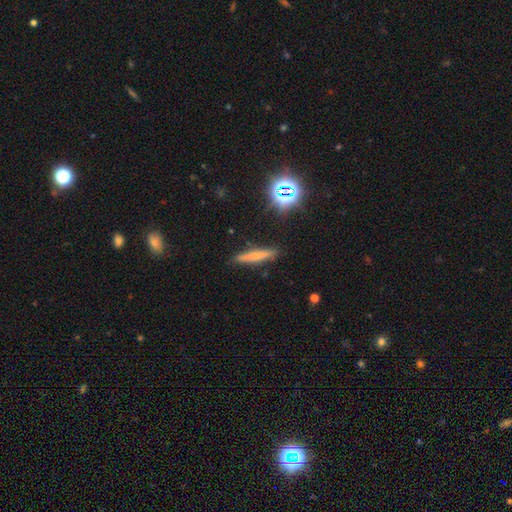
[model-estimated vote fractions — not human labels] Overall: smooth (61%; featured or disk 24%). How rounded: cigar-shaped (90%). Merging: none (89%).